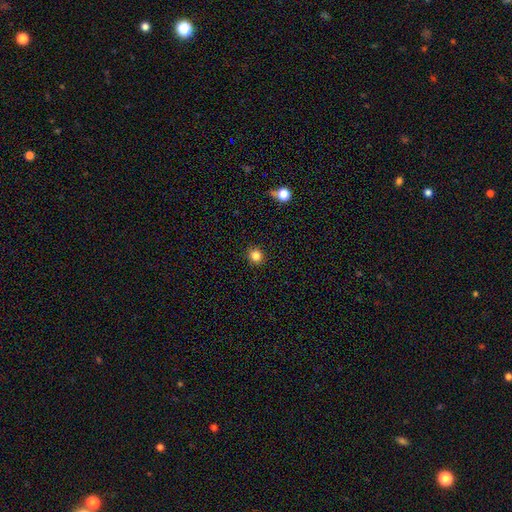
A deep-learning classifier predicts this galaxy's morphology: type=smooth (83%); roundness=round (91%); merging=none (91%).